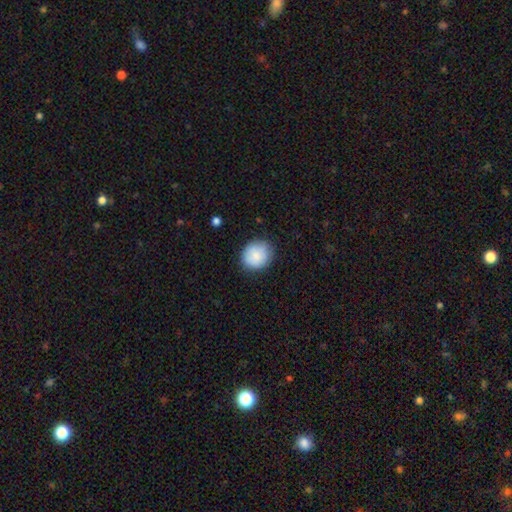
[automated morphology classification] smooth_or_featured: smooth (p=0.85) [alt: featured or disk p=0.08]
how_rounded: round (p=0.80) [alt: in between p=0.19]
merging: none (p=0.82) [alt: minor disturbance p=0.14]